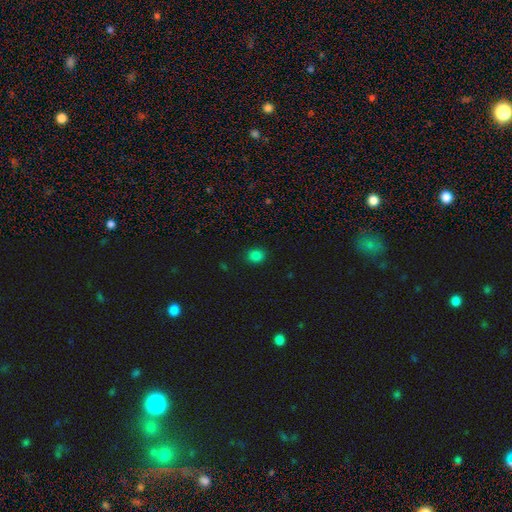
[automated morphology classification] smooth 82%, star or artifact 15%, featured or disk 3%. Down the decision tree: how rounded — round (64%); merging — none (89%).